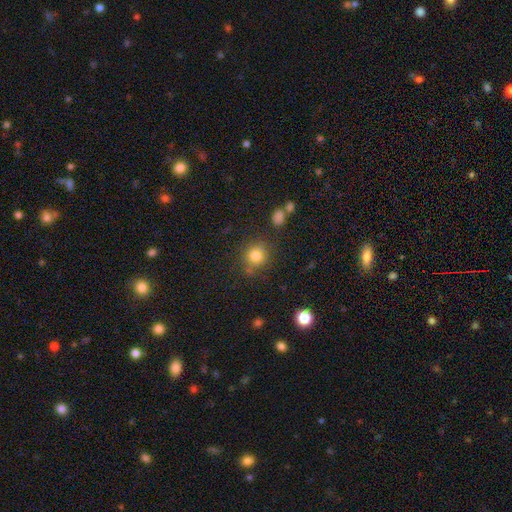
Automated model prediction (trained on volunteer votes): Q: Smooth or featured?
A: smooth (80%); runner-up: star or artifact (12%)
Q: How rounded?
A: round (87%); runner-up: in between (12%)
Q: Merging?
A: none (76%); runner-up: minor disturbance (13%)